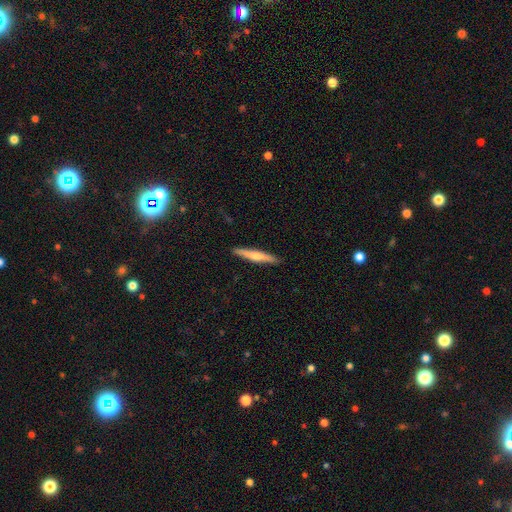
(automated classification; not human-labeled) Smooth or featured?
  - smooth: 53% *
  - featured or disk: 42%
  - star or artifact: 5%
How rounded?
  - cigar-shaped: 94% *
  - in between: 5%
  - round: 1%
Merging?
  - none: 90% *
  - minor disturbance: 7%
  - major disturbance: 1%
  - merger: 1%